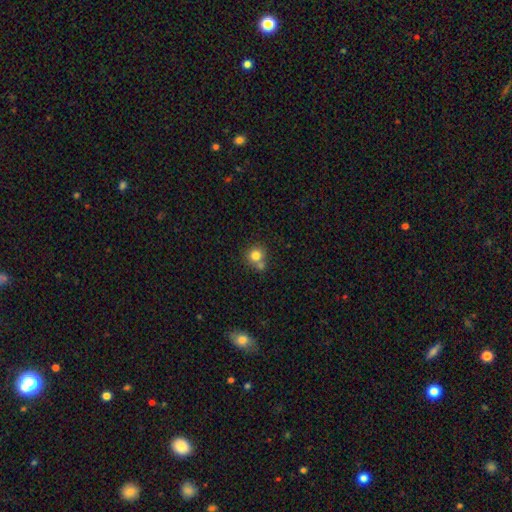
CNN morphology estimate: This appears to be a smooth galaxy with no disk features (80%) that is round (87%). Merging: none (55%).